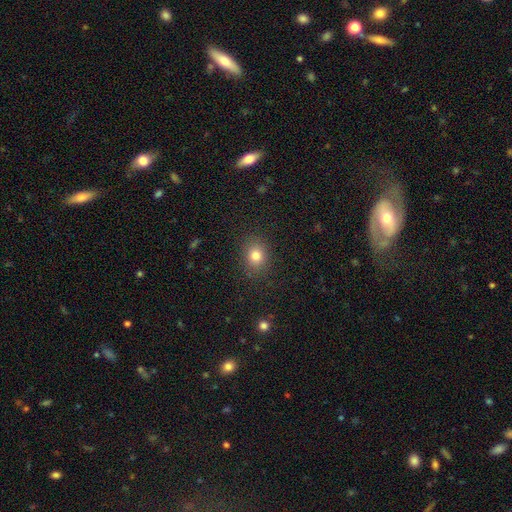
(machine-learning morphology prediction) Smooth or featured? Predicted: smooth (p=0.81). How rounded? Predicted: round (p=0.60). Merging? Predicted: none (p=0.87).